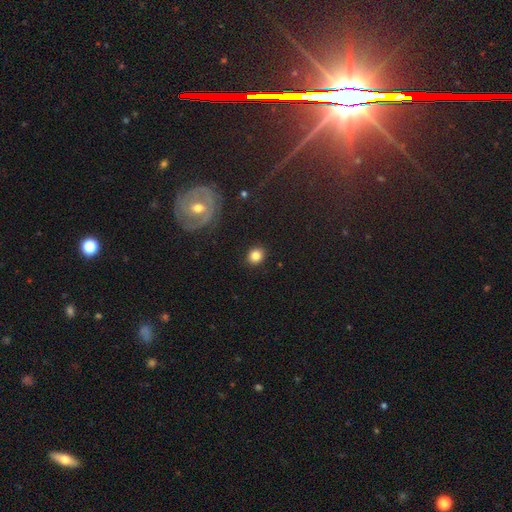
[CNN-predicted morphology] A smooth galaxy with no disk features (83%) that is round (72%). Merging: none (89%).